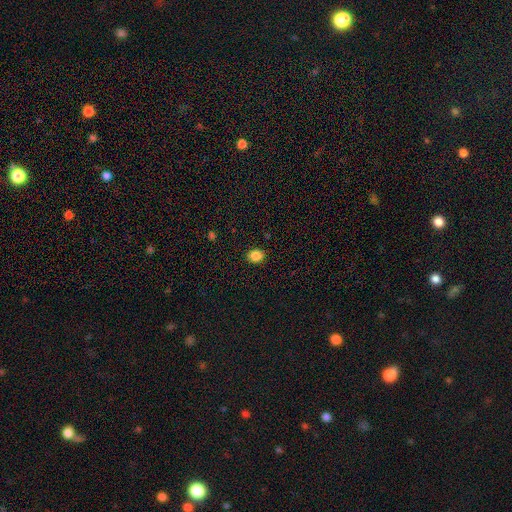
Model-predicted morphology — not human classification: smooth-or-featured: smooth: 86% | star or artifact: 10% | featured or disk: 4%
  how-rounded: round: 59% | in between: 40% | cigar-shaped: 1%
  merging: none: 90% | minor disturbance: 7% | major disturbance: 2% | merger: 1%